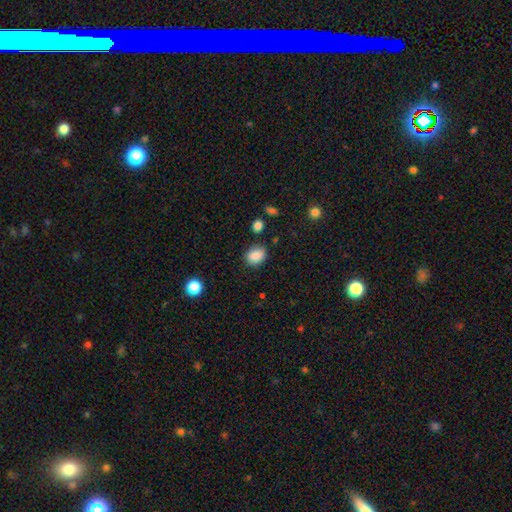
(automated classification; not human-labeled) A smooth galaxy with no disk features (86%) that is in between round and cigar-shaped (53%). Merging: none (80%).